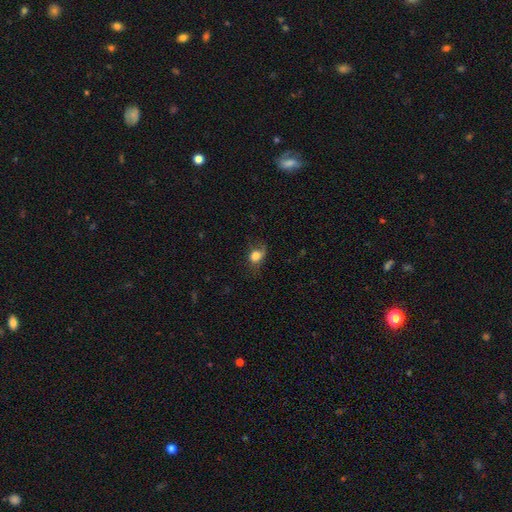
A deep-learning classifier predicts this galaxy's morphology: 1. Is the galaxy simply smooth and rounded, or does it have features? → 76% smooth, 14% featured or disk, 10% star or artifact.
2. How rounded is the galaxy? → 51% in between, 47% round, 2% cigar-shaped.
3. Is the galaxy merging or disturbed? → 45% none, 31% minor disturbance, 22% major disturbance, 2% merger.